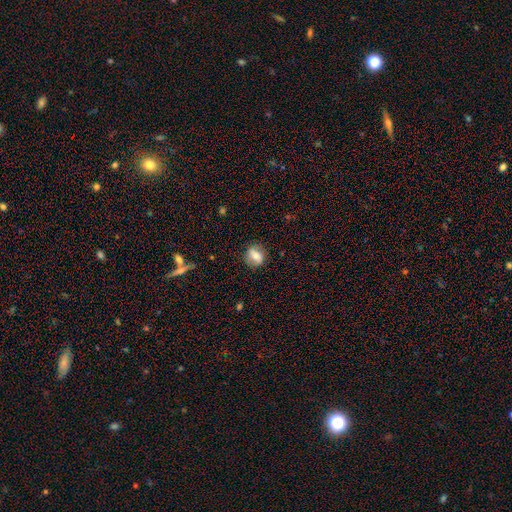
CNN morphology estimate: Smooth or featured? Predicted: smooth (p=0.56). How rounded? Predicted: round (p=0.69). Merging? Predicted: none (p=0.83).